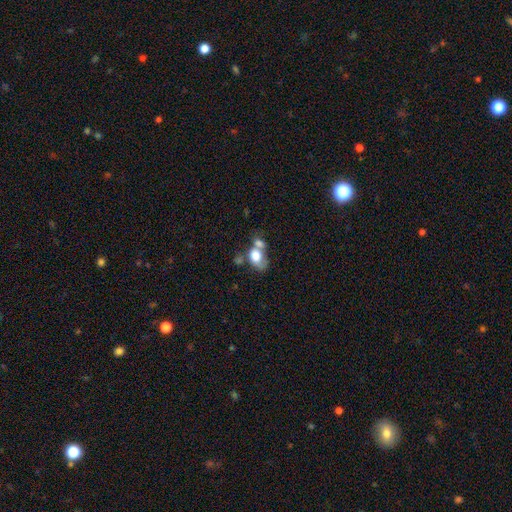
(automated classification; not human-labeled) Smooth or featured? smooth (69%)
How rounded? in between (70%)
Merging? merger (57%)